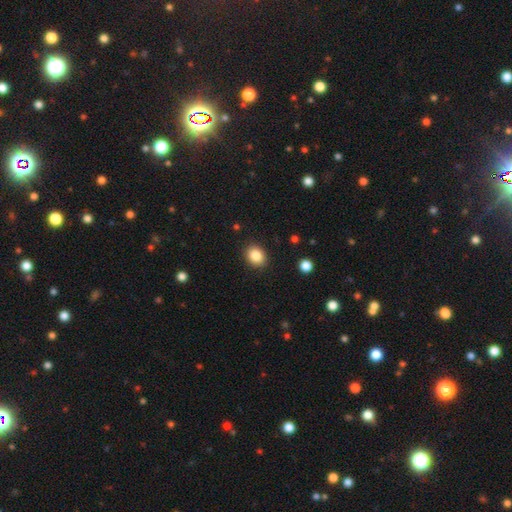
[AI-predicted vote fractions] Smooth or featured? smooth (86%)
How rounded? round (53%)
Merging? none (89%)